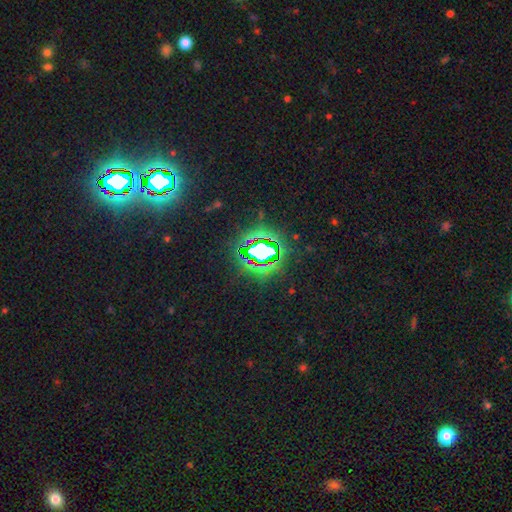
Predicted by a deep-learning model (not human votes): A star or artifact, not a galaxy (78%).